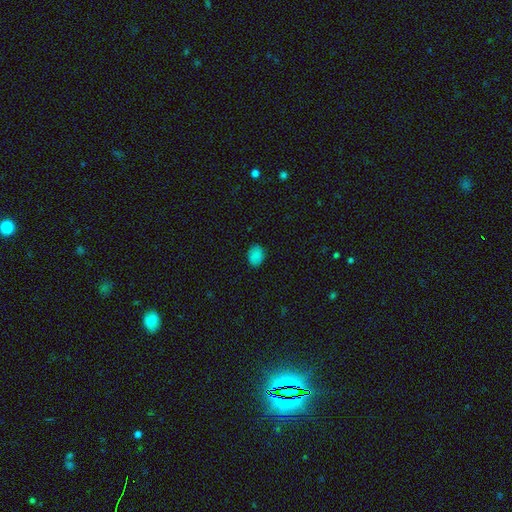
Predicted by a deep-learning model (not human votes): Smooth or featured: smooth — 84% (star or artifact — 12%)
How rounded: in between — 71% (round — 28%)
Merging: none — 85% (minor disturbance — 11%)